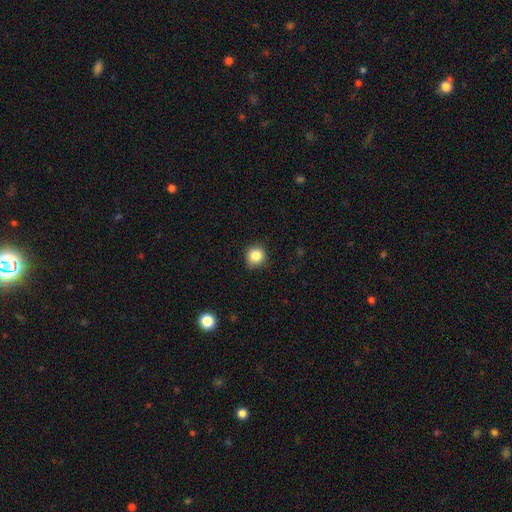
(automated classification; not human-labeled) Smooth or featured? smooth (85%)
How rounded? round (91%)
Merging? none (86%)